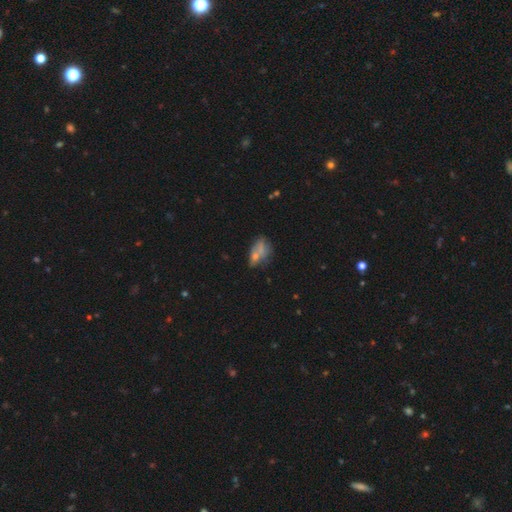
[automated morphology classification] Smooth or featured? smooth (52%)
How rounded? in between (77%)
Merging? none (38%)